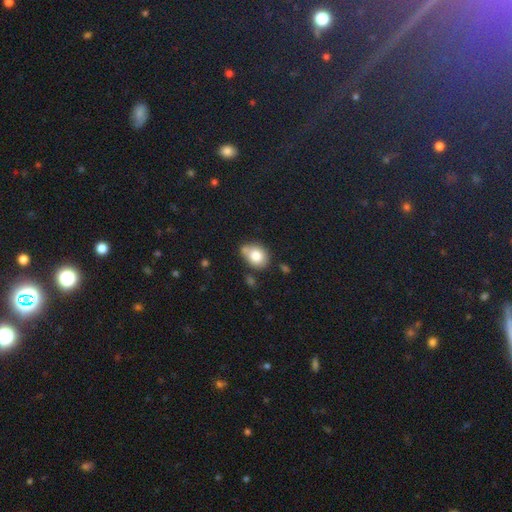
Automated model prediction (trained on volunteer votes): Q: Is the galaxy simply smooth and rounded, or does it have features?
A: smooth — 81%.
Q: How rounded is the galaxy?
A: in between — 50%.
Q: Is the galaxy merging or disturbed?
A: none — 52%.